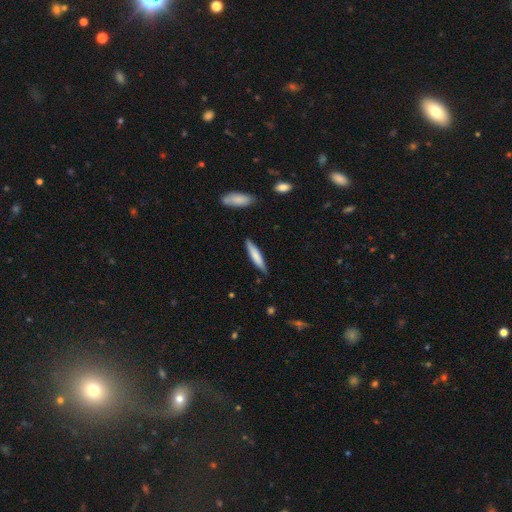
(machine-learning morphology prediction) smooth-or-featured: smooth: 73% | featured or disk: 22% | star or artifact: 6%
  how-rounded: cigar-shaped: 87% | in between: 12% | round: 1%
  merging: none: 82% | minor disturbance: 13% | major disturbance: 2% | merger: 2%